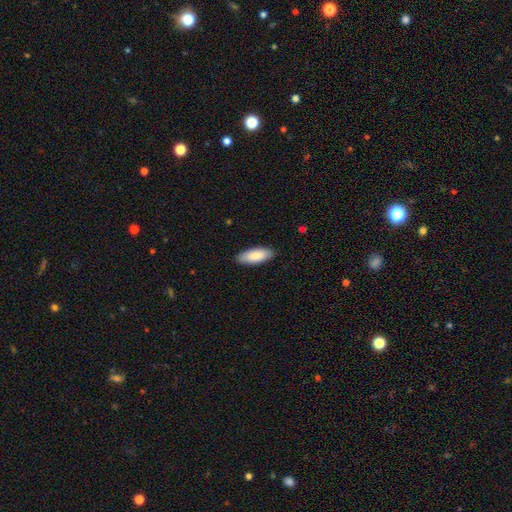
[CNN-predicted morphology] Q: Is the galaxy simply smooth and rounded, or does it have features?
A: smooth — 87%.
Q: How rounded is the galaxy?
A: in between — 76%.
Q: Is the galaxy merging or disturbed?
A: none — 89%.